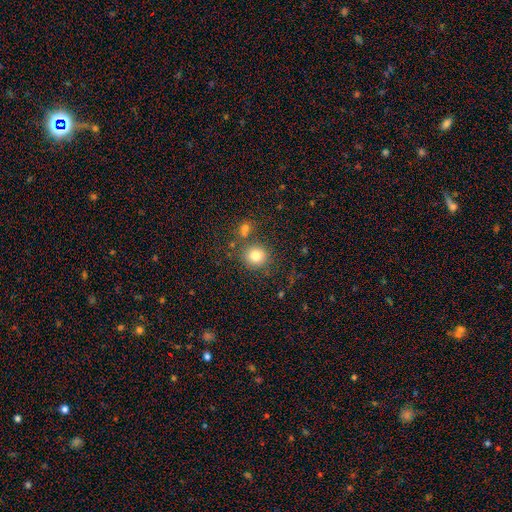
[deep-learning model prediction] The model was most divided on "merging": none: 78%, minor disturbance: 9%, merger: 9%, major disturbance: 4%. More confident: how rounded — round (89%); smooth or featured — smooth (81%).